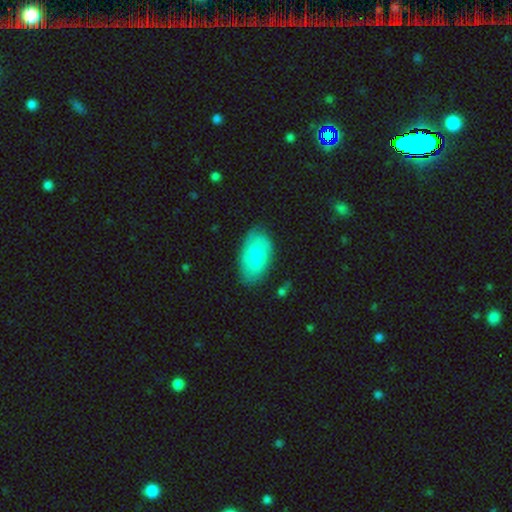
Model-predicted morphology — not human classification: smooth 67%, featured or disk 26%, star or artifact 6%. Down the decision tree: how rounded — in between (94%); merging — none (73%).